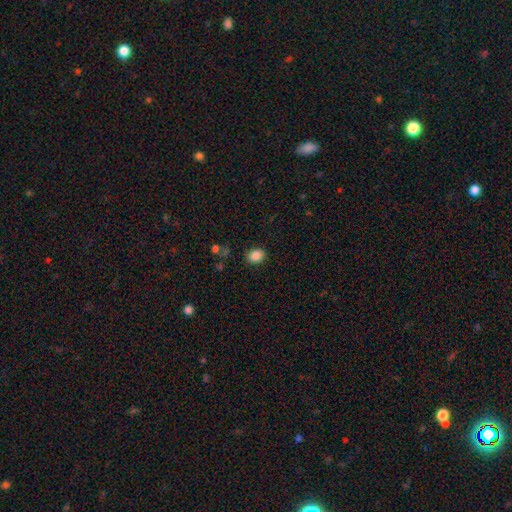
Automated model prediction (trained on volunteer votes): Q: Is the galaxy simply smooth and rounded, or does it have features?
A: smooth — 85%.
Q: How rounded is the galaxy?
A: in between — 53%.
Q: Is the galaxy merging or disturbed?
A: none — 85%.